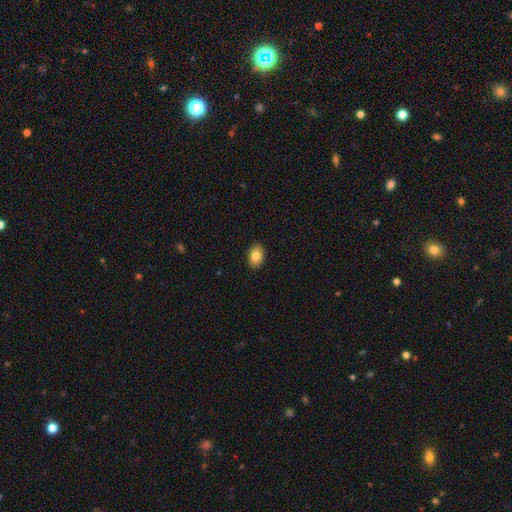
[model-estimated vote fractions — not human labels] smooth_or_featured: smooth (p=0.82) [alt: featured or disk p=0.10]
how_rounded: in between (p=0.84) [alt: round p=0.14]
merging: none (p=0.90) [alt: minor disturbance p=0.07]